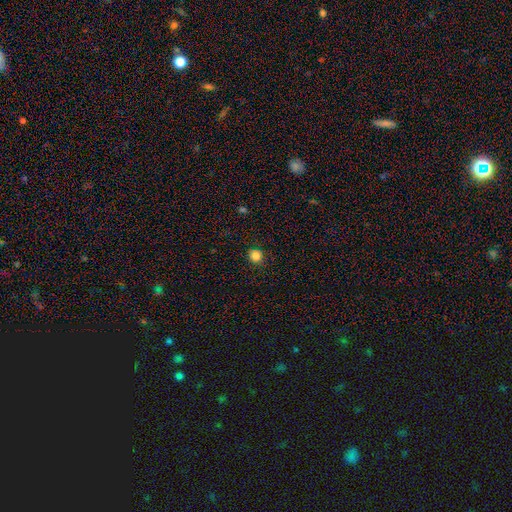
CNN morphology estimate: Smooth or featured?
  - smooth: 83% *
  - star or artifact: 12%
  - featured or disk: 4%
How rounded?
  - round: 89% *
  - in between: 10%
  - cigar-shaped: 1%
Merging?
  - none: 89% *
  - minor disturbance: 8%
  - major disturbance: 2%
  - merger: 1%